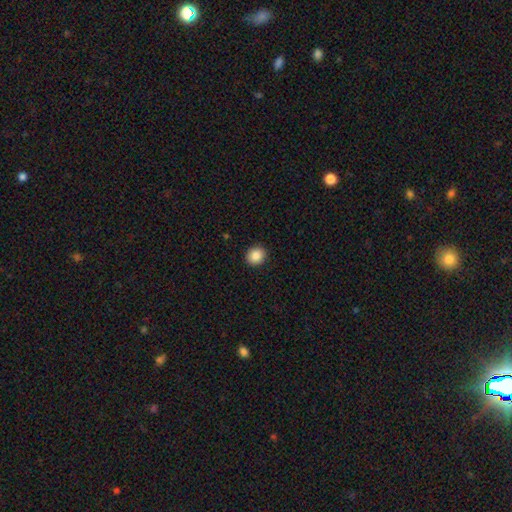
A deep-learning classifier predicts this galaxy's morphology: This appears to be a smooth galaxy with no disk features (88%) that is round (78%). Merging: none (92%).